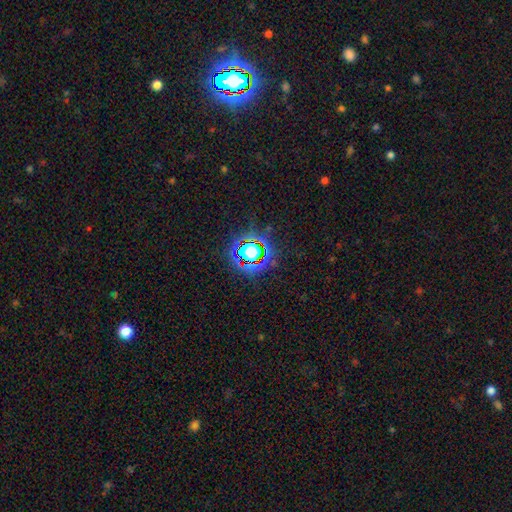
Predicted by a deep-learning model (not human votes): Smooth or featured?
  - star or artifact: 82% *
  - smooth: 10%
  - featured or disk: 7%